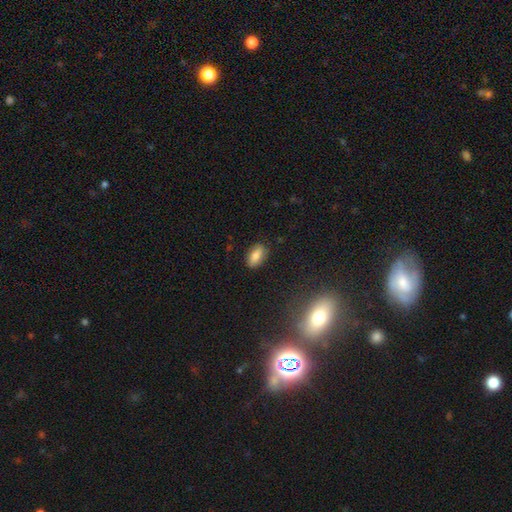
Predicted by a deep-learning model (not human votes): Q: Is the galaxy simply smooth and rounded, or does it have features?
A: smooth — 75%.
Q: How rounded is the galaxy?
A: in between — 89%.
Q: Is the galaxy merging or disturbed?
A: none — 86%.